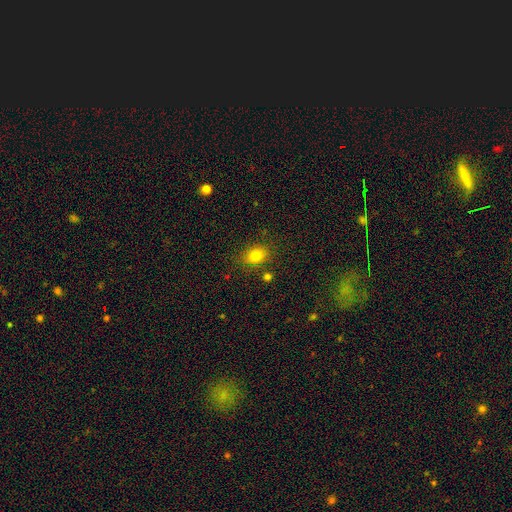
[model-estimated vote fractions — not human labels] smooth_or_featured: smooth (p=0.79) [alt: star or artifact p=0.12]
how_rounded: in between (p=0.63) [alt: round p=0.36]
merging: none (p=0.82) [alt: minor disturbance p=0.11]